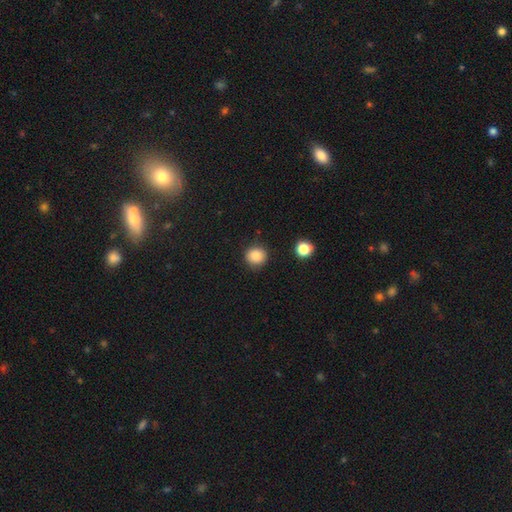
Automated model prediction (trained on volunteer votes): smooth_or_featured: smooth (p=0.84) [alt: star or artifact p=0.10]
how_rounded: round (p=0.90) [alt: in between p=0.09]
merging: none (p=0.87) [alt: minor disturbance p=0.09]